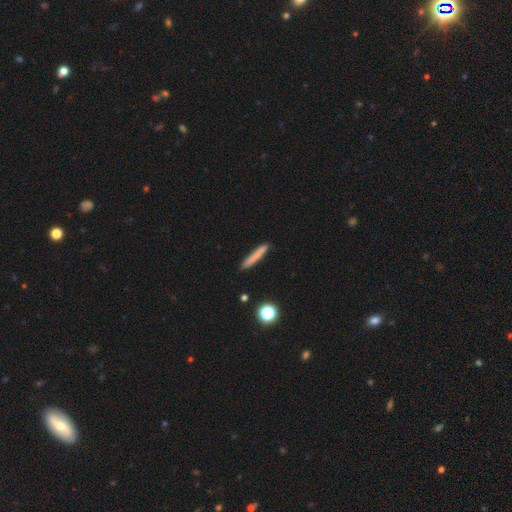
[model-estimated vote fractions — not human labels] Overall: smooth (77%). How rounded: cigar-shaped (94%). Merging: none (88%).